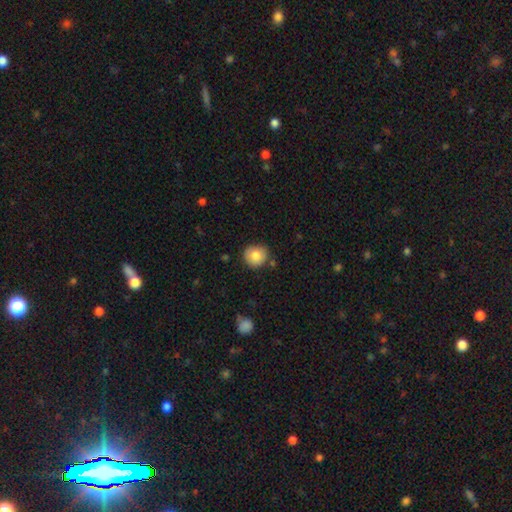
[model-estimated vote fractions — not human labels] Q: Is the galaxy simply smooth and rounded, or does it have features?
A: smooth — 81%.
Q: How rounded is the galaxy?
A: round — 90%.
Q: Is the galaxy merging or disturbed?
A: none — 83%.